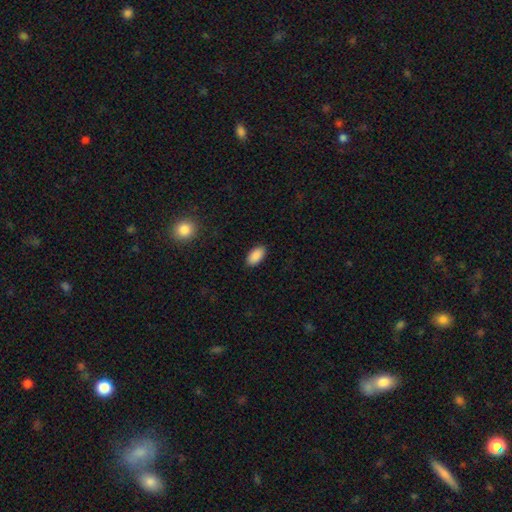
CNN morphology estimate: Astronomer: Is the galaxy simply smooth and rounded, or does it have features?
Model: smooth — 90%.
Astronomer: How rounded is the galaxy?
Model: in between — 95%.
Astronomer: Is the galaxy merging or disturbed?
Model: none — 90%.